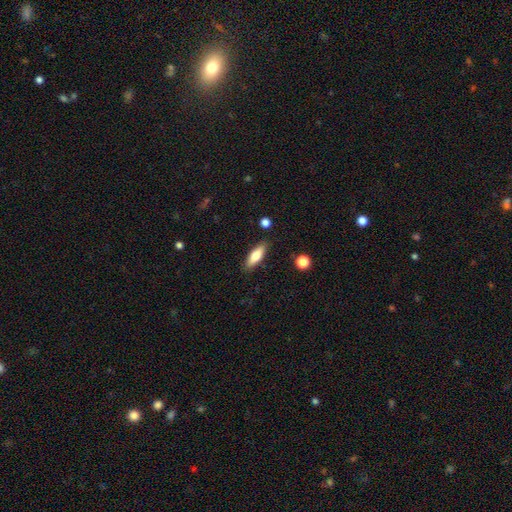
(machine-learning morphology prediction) Smooth or featured: smooth — 72% (featured or disk — 21%)
How rounded: in between — 56% (cigar-shaped — 42%)
Merging: none — 86% (minor disturbance — 10%)